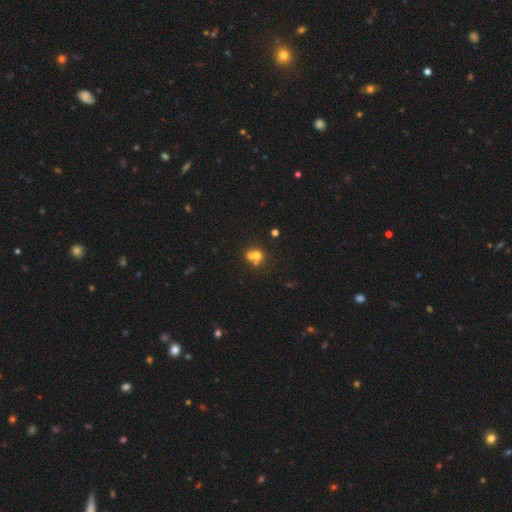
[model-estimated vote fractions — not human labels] Smooth or featured? smooth (66%)
How rounded? round (70%)
Merging? merger (52%)